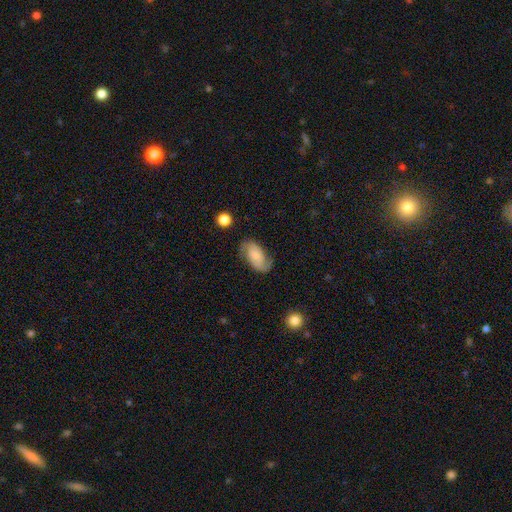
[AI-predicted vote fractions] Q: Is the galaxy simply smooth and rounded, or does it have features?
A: featured or disk — 57%.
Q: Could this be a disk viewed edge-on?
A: no — 96%.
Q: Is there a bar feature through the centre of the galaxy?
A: no — 63%.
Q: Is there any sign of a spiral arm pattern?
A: yes — 91%.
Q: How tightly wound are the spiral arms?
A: medium — 43%.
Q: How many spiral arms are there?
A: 2 — 87%.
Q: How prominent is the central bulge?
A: small — 45%.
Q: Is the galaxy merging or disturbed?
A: none — 70%.